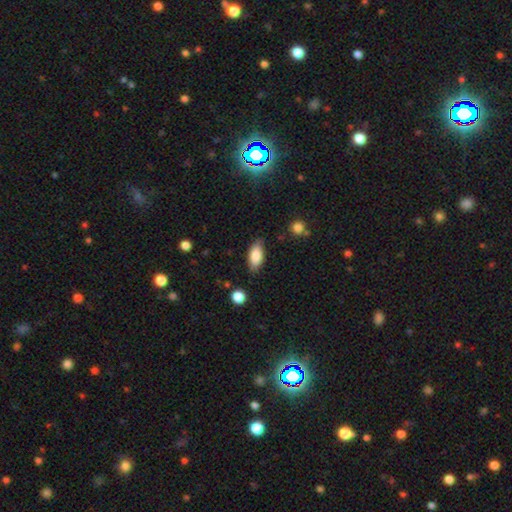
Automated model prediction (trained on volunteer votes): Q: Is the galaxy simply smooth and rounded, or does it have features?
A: smooth — 81%.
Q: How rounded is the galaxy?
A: in between — 87%.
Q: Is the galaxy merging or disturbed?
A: none — 81%.